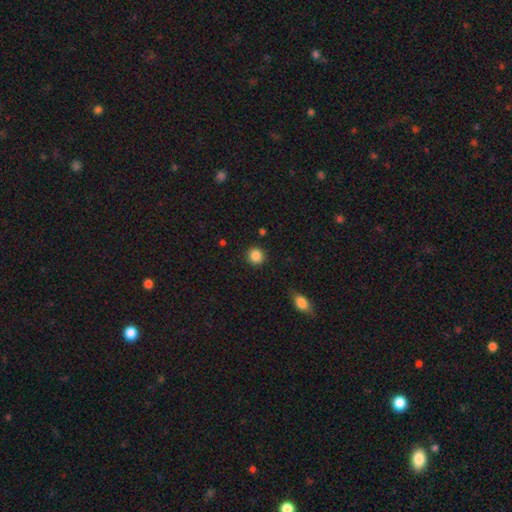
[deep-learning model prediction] smooth-or-featured: smooth: 87% | star or artifact: 10% | featured or disk: 3%
  how-rounded: round: 92% | in between: 7% | cigar-shaped: 1%
  merging: none: 90% | minor disturbance: 6% | major disturbance: 2% | merger: 2%